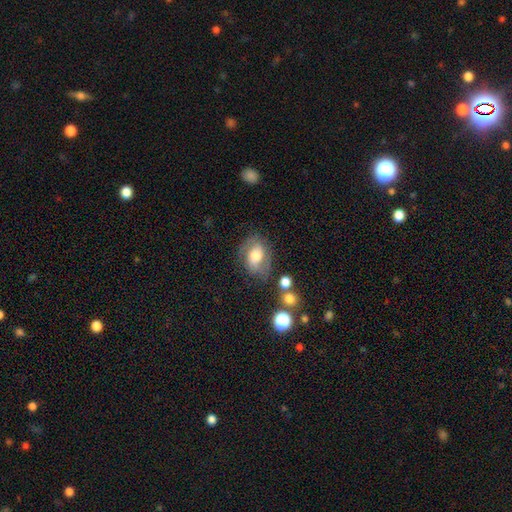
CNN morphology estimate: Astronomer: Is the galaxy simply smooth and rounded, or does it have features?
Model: smooth — 49% (runner-up: featured or disk, 42%).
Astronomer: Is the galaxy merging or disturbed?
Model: none — 63%.